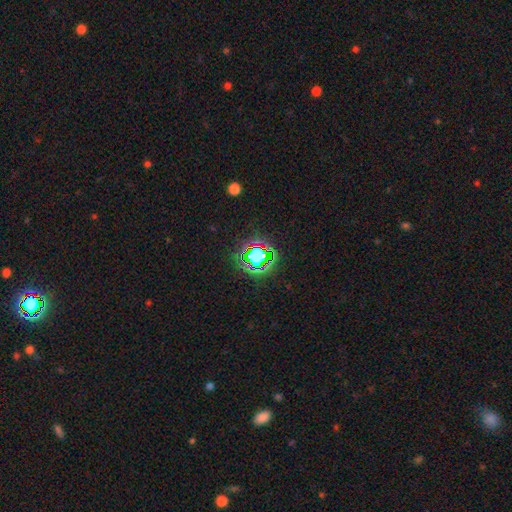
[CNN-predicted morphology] This appears to be a star or artifact, not a galaxy (63%).